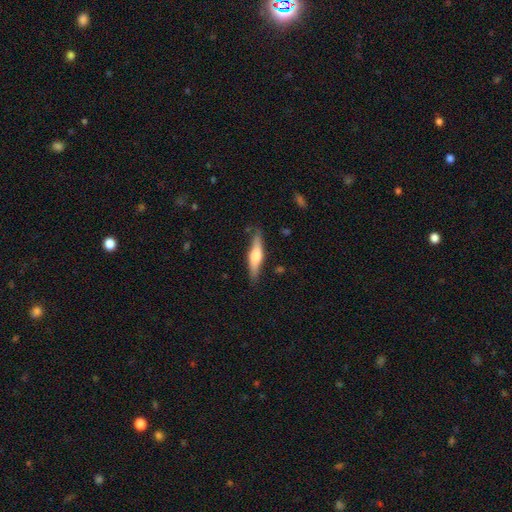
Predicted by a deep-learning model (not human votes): Smooth or featured: smooth — 48% (featured or disk — 47%)
Merging: none — 83% (minor disturbance — 13%)